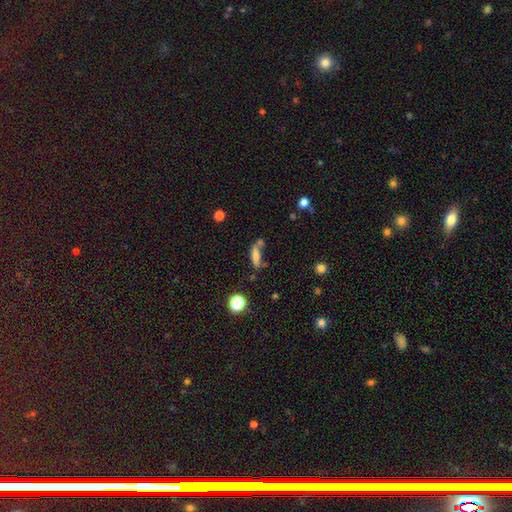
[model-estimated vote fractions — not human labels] Smooth or featured?
  - smooth: 66% *
  - featured or disk: 21%
  - star or artifact: 13%
How rounded?
  - cigar-shaped: 62% *
  - in between: 33%
  - round: 5%
Merging?
  - none: 48% *
  - merger: 26%
  - minor disturbance: 17%
  - major disturbance: 9%